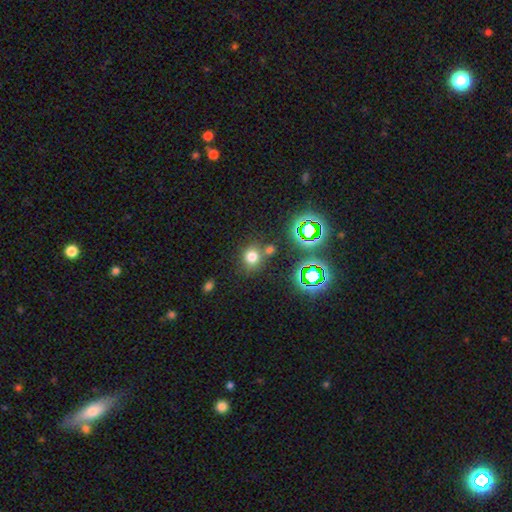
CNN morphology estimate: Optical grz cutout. It shows a smooth galaxy with no disk features (52%) that is round (84%). Merging: none (81%).